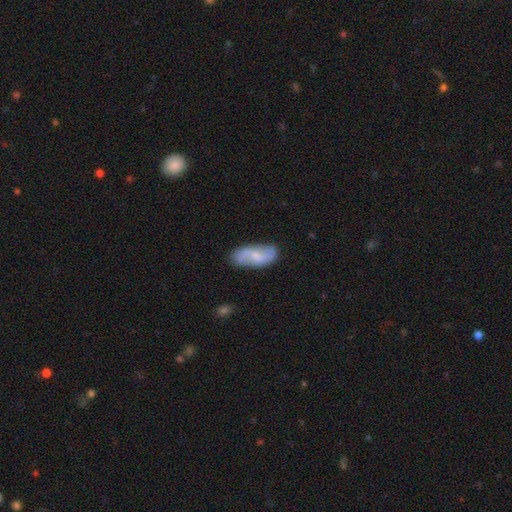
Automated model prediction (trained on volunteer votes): The model was most divided on "bar": weak: 48%, no: 38%, strong: 14%. More confident: edge-on disk — no (92%); spiral arms — yes (84%); merging — none (76%); bulge size — small (56%); smooth or featured — featured or disk (55%).